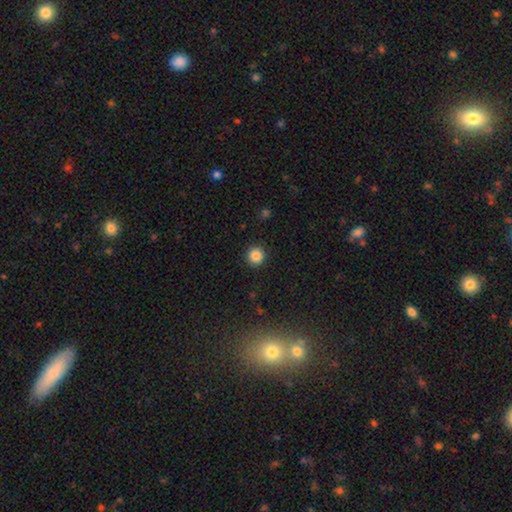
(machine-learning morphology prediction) type=smooth (86%); roundness=round (94%); merging=none (91%).